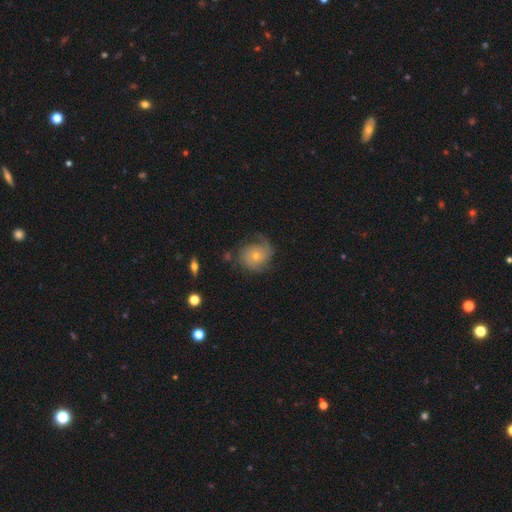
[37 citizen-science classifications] A featured or disk galaxy (62%) with no bar (79%), tight (67%) spiral arms (95%) and a small central bulge (53%).

Vote fractions:
- Smooth or featured? featured or disk: 62% / smooth: 32% / star or artifact: 5%
- Edge-on disk? no: 83% / yes: 17%
- Bar? no: 79% / weak: 21% / strong: 0%
- Spiral arms? yes: 95% / no: 5%
- Spiral winding? tight: 67% / medium: 22% / loose: 11%
- Spiral arm count? can't tell: 56% / 2: 22% / 3: 11% / 1: 6% / more than 4: 6% / 4: 0%
- Bulge size? small: 53% / moderate: 47% / dominant: 0% / large: 0% / none: 0%
- Merging? none: 74% / major disturbance: 14% / minor disturbance: 9% / merger: 3%